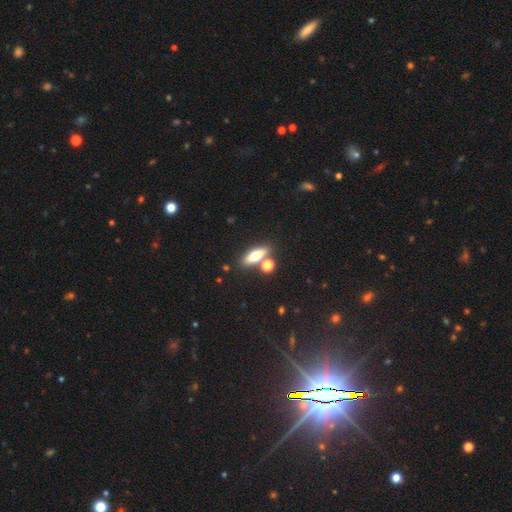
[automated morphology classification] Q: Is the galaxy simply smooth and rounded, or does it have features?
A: smooth — 62%.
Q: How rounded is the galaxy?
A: in between — 53%.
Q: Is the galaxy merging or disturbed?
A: none — 68%.